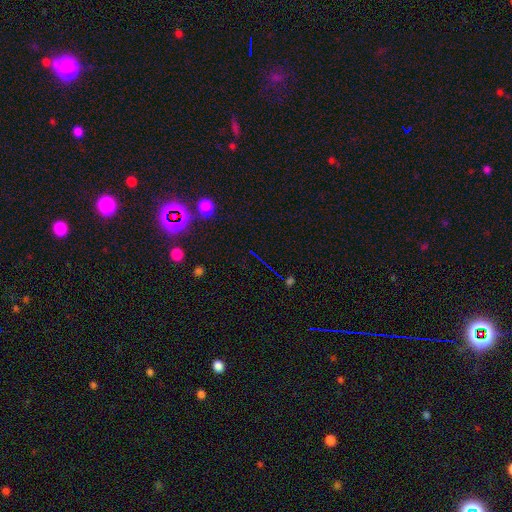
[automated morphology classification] Smooth or featured?
  - star or artifact: 69% *
  - smooth: 17%
  - featured or disk: 14%